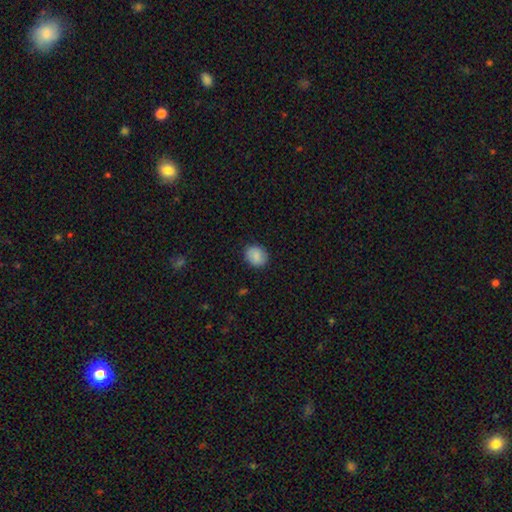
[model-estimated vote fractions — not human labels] smooth 88%, star or artifact 8%, featured or disk 5%. Down the decision tree: how rounded — round (64%); merging — none (86%).